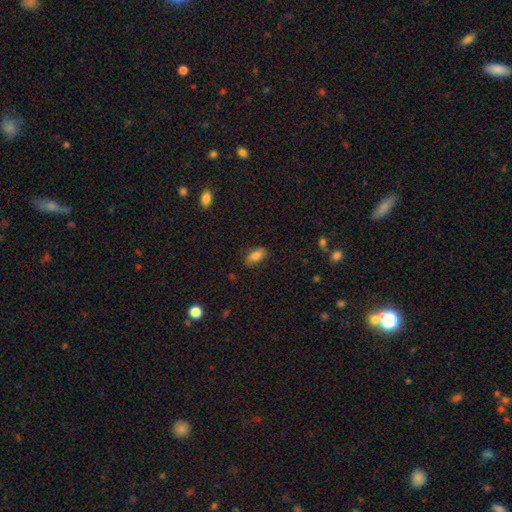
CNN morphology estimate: A smooth galaxy with no disk features (82%) that is in between round and cigar-shaped (91%).

Vote fractions:
- Smooth or featured? smooth: 82% / featured or disk: 9% / star or artifact: 8%
- How rounded? in between: 91% / round: 5% / cigar-shaped: 4%
- Merging? none: 82% / minor disturbance: 13% / major disturbance: 3% / merger: 1%